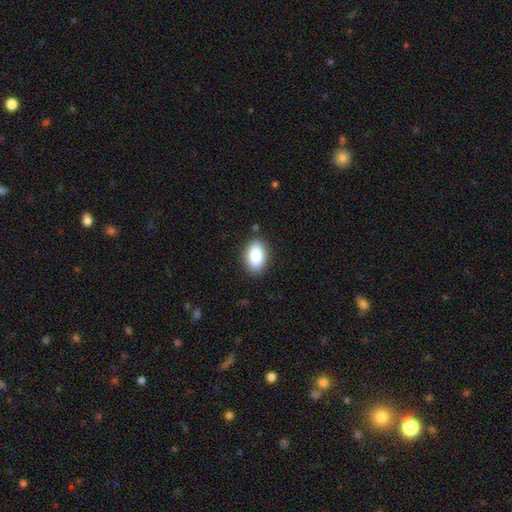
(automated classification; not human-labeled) Smooth or featured?
  - smooth: 84% *
  - featured or disk: 8%
  - star or artifact: 7%
How rounded?
  - in between: 89% *
  - round: 9%
  - cigar-shaped: 2%
Merging?
  - none: 87% *
  - minor disturbance: 9%
  - major disturbance: 2%
  - merger: 2%